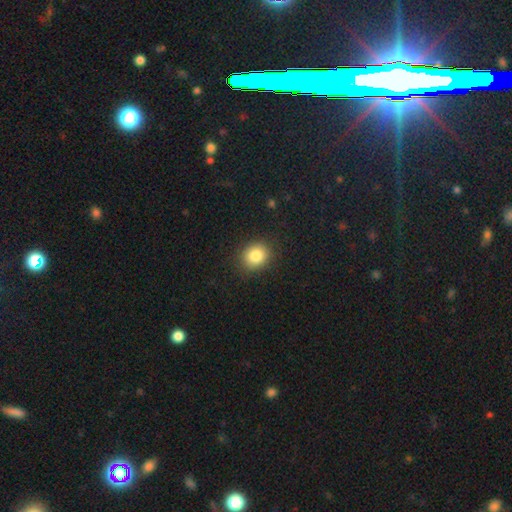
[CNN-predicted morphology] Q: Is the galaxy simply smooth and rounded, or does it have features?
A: smooth — 84%.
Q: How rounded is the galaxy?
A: round — 67%.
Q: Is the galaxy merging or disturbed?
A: none — 88%.